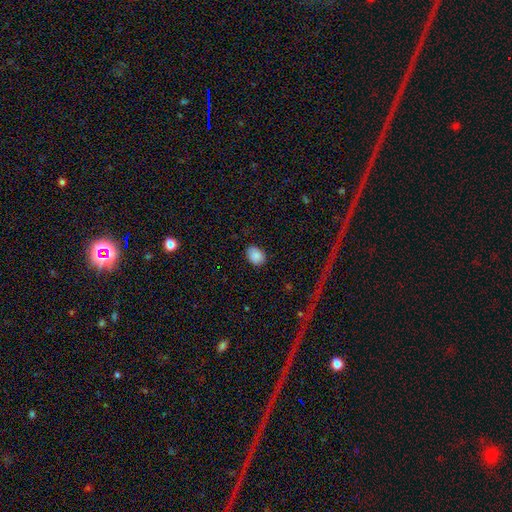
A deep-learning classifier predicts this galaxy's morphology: smooth-or-featured: smooth: 88% | star or artifact: 7% | featured or disk: 5%
  how-rounded: in between: 73% | round: 26% | cigar-shaped: 1%
  merging: none: 78% | minor disturbance: 17% | major disturbance: 3% | merger: 1%